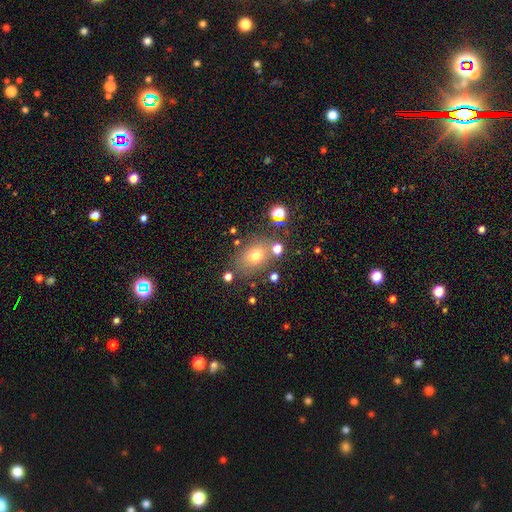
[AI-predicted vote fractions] Smooth or featured? smooth (67%)
How rounded? in between (59%)
Merging? none (74%)